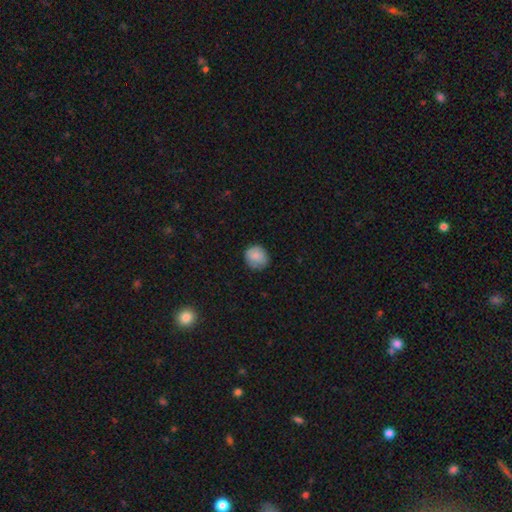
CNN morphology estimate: Smooth or featured?
  - smooth: 86% *
  - star or artifact: 7%
  - featured or disk: 7%
How rounded?
  - round: 87% *
  - in between: 12%
  - cigar-shaped: 1%
Merging?
  - none: 82% *
  - minor disturbance: 14%
  - major disturbance: 3%
  - merger: 1%